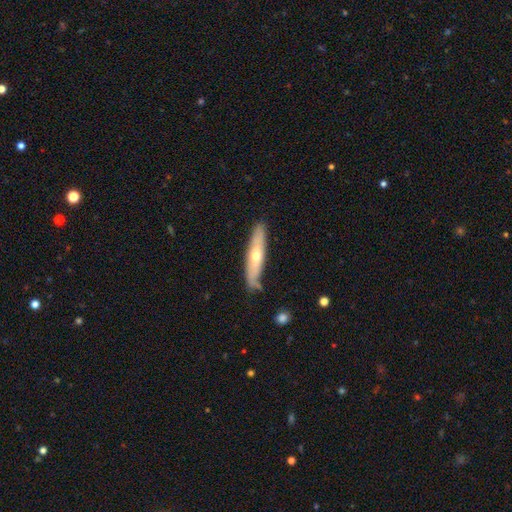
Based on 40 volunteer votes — smooth_or_featured: smooth (p=0.57) [alt: featured or disk p=0.42]
how_rounded: cigar-shaped (p=0.87) [alt: in between p=0.13]
merging: none (p=0.80) [alt: minor disturbance p=0.12]